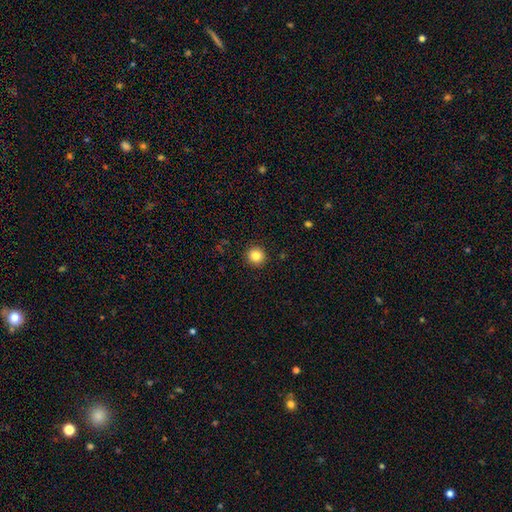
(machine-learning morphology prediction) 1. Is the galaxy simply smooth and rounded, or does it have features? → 85% smooth, 11% star or artifact, 4% featured or disk.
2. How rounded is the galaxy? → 94% round, 5% in between, 1% cigar-shaped.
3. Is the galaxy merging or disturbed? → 92% none, 5% minor disturbance, 2% major disturbance, 1% merger.